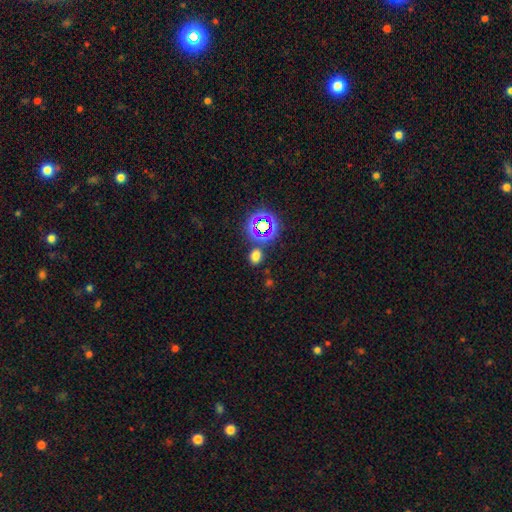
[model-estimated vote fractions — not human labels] smooth-or-featured: smooth: 66% | star or artifact: 27% | featured or disk: 6%
  how-rounded: in between: 59% | round: 39% | cigar-shaped: 2%
  merging: none: 78% | minor disturbance: 10% | merger: 9% | major disturbance: 4%